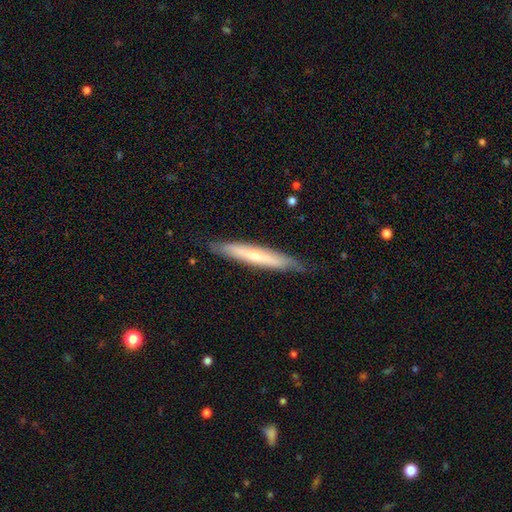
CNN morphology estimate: featured or disk 50%, smooth 44%, star or artifact 6%. Down the decision tree: edge-on disk — yes (85%); merging — none (84%).